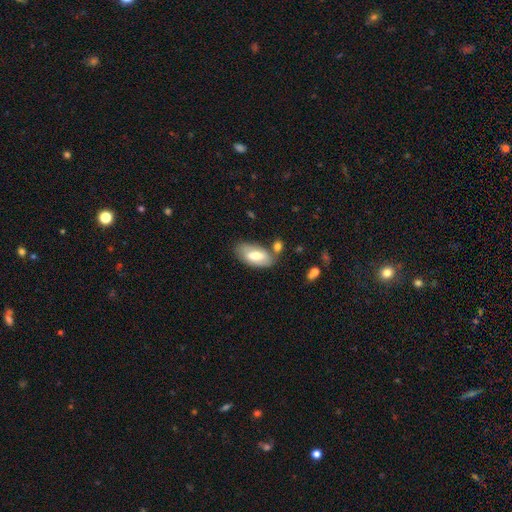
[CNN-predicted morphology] This appears to be a smooth galaxy with no disk features (61%) that is in between round and cigar-shaped (91%). Merging: none (66%).